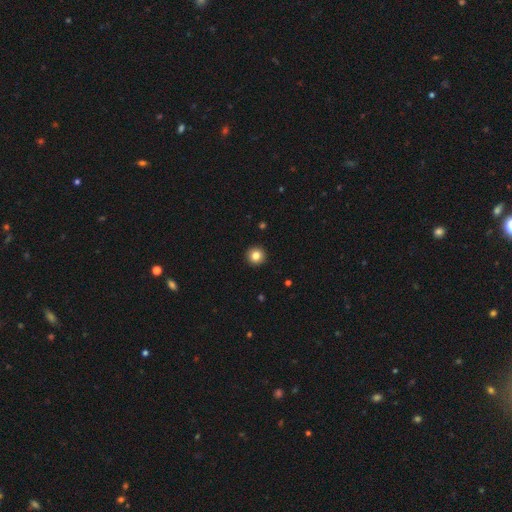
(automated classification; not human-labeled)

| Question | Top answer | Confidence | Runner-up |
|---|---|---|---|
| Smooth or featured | smooth | 83% | star or artifact (11%) |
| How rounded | round | 96% | in between (3%) |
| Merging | none | 94% | minor disturbance (4%) |